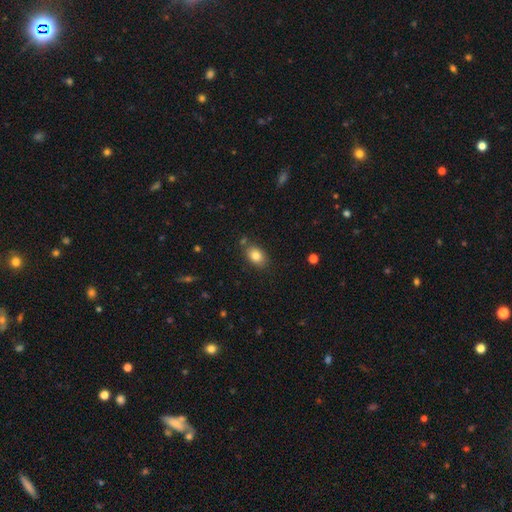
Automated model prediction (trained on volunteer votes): smooth_or_featured: smooth (p=0.83) [alt: star or artifact p=0.09]
how_rounded: in between (p=0.79) [alt: round p=0.19]
merging: none (p=0.78) [alt: minor disturbance p=0.14]